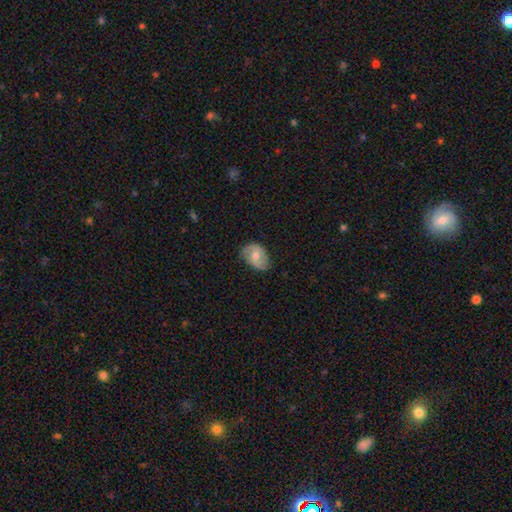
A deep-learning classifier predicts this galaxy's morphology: This is possibly a featured or disk galaxy (48%). Merging: likely none (66%).